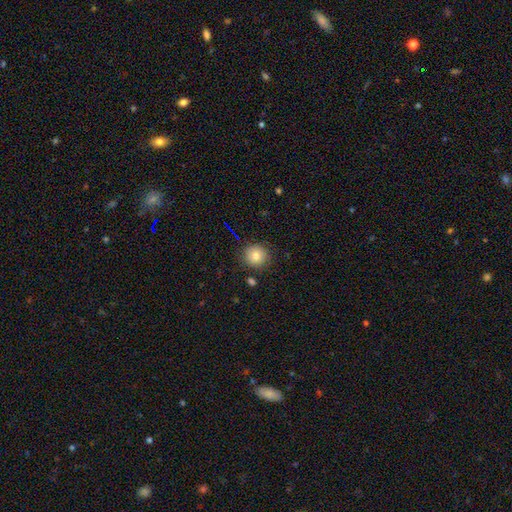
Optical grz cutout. It shows a smooth galaxy with no disk features (72%) that is round (97%). Merging: none (94%).